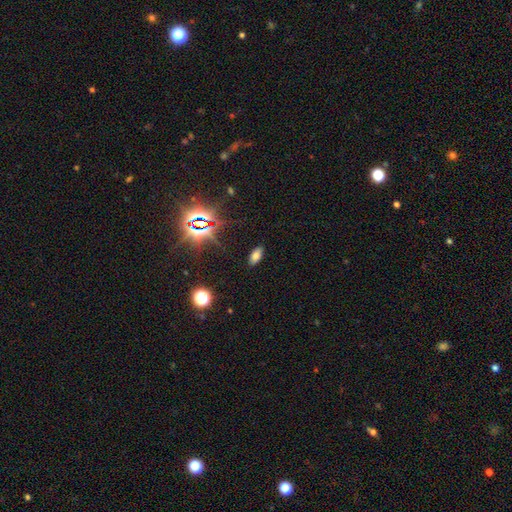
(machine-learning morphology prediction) Q: Smooth or featured?
A: smooth (67%); runner-up: star or artifact (23%)
Q: How rounded?
A: in between (87%); runner-up: cigar-shaped (10%)
Q: Merging?
A: none (88%); runner-up: minor disturbance (8%)